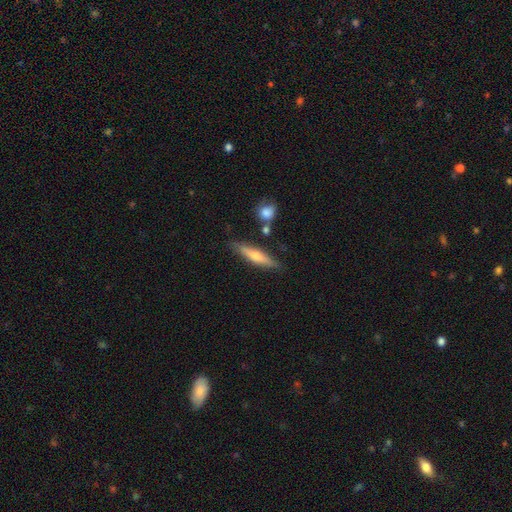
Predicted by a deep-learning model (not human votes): Morphology: type=featured or disk (52%); edge-on=yes (93%); merging=none (83%).